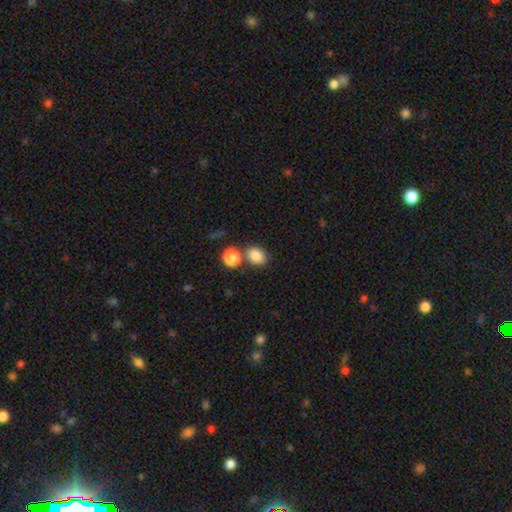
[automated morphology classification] type=smooth (85%); roundness=in between (57%); merging=none (65%).